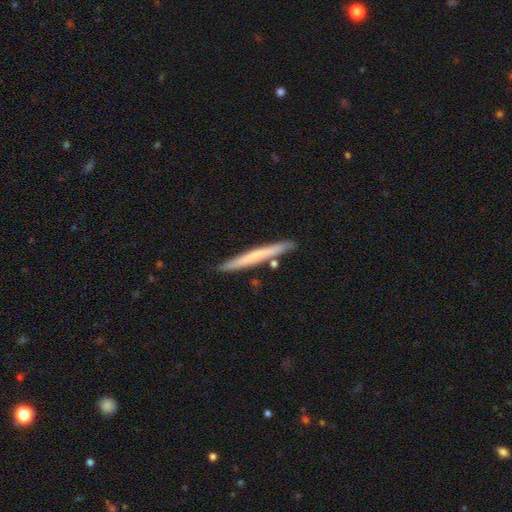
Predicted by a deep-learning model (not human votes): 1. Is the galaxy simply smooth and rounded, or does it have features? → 55% smooth, 40% featured or disk, 5% star or artifact.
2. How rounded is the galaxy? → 97% cigar-shaped, 2% in between, 1% round.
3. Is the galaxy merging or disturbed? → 87% none, 9% minor disturbance, 3% merger, 2% major disturbance.